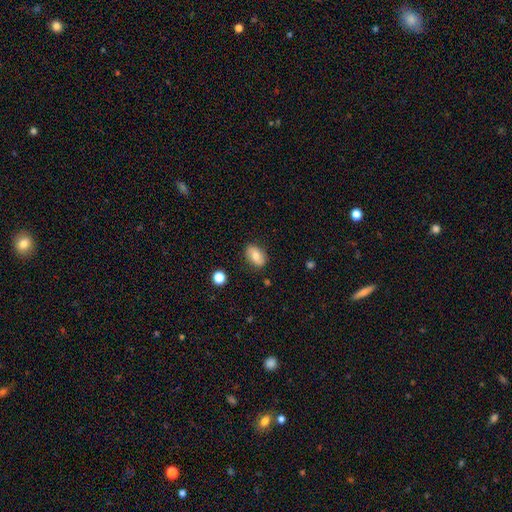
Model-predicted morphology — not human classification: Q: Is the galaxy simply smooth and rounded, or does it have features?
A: smooth — 74%.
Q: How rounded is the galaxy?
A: in between — 87%.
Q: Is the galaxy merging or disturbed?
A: none — 84%.